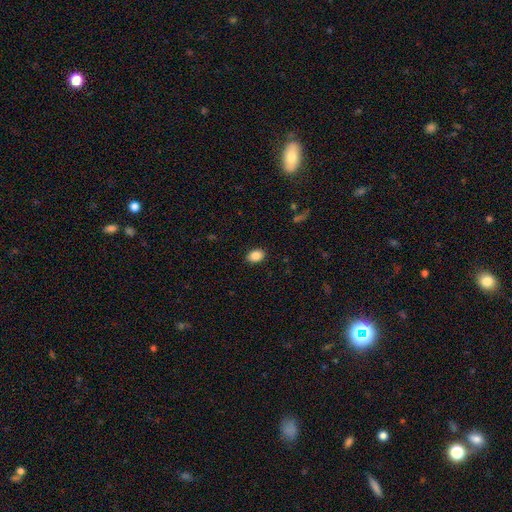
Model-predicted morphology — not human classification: The model was most divided on "how rounded": in between: 78%, round: 21%, cigar-shaped: 1%. More confident: merging — none (89%); smooth or featured — smooth (87%).